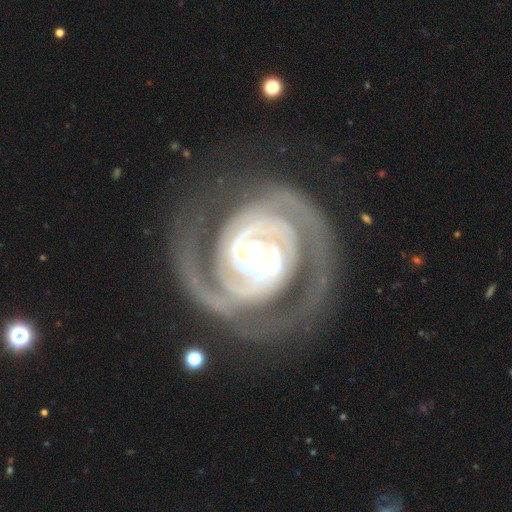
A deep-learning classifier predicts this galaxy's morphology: Overall: featured or disk (93%). Edge-on disk: no (98%). Bar: no (57%; weak 24%). Spiral arms: yes (98%). Spiral arm count: 2 (64%). Spiral winding: tight (73%). Bulge size: moderate (66%). Merging: none (74%).